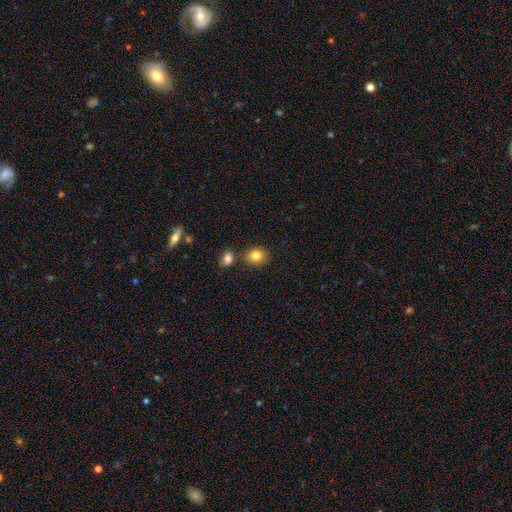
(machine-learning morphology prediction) Smooth or featured: smooth — 83% (star or artifact — 10%)
How rounded: round — 65% (in between — 34%)
Merging: none — 73% (merger — 13%)